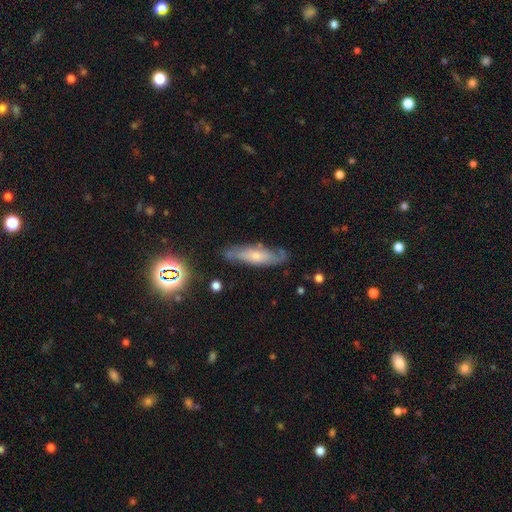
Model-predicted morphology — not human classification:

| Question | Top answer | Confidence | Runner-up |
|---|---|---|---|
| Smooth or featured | featured or disk | 52% | smooth (37%) |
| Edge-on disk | no | 58% | yes (42%) |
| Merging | none | 73% | minor disturbance (20%) |